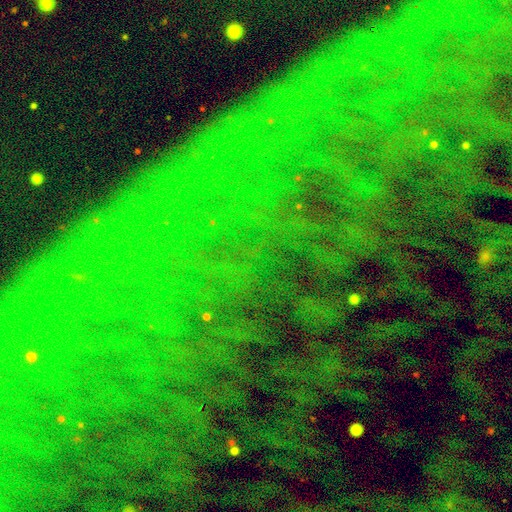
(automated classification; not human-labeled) star or artifact 82%, featured or disk 9%, smooth 9%.